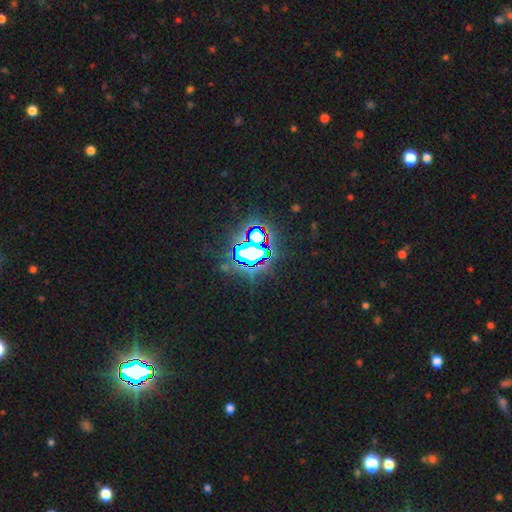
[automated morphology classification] The model was most divided on "smooth or featured": star or artifact: 78%, smooth: 11%, featured or disk: 11%.